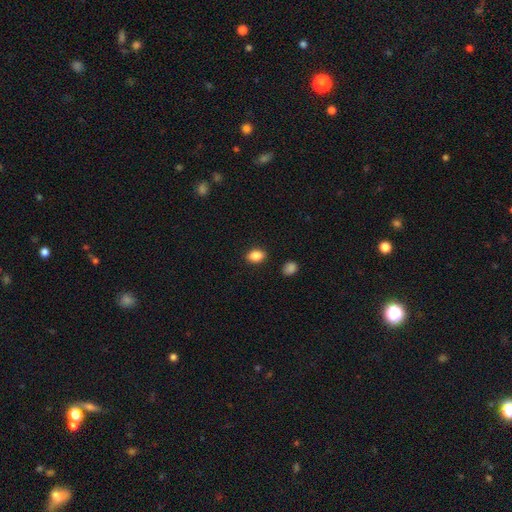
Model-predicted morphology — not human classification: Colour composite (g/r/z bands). It shows a smooth galaxy with no disk features (86%) that is in between round and cigar-shaped (77%). Merging: none (88%).